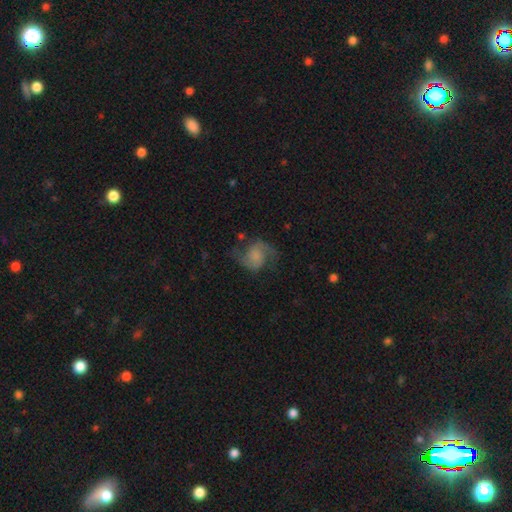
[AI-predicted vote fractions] smooth_or_featured: featured or disk (p=0.74) [alt: smooth p=0.18]
disk_edge_on: no (p=0.98) [alt: yes p=0.02]
bar: no (p=0.64) [alt: weak p=0.30]
has_spiral_arms: yes (p=0.95) [alt: no p=0.05]
spiral_winding: loose (p=0.46) [alt: medium p=0.44]
spiral_arm_count: 2 (p=0.92) [alt: can't tell p=0.02]
bulge_size: none (p=0.49) [alt: small p=0.20]
merging: none (p=0.67) [alt: minor disturbance p=0.18]